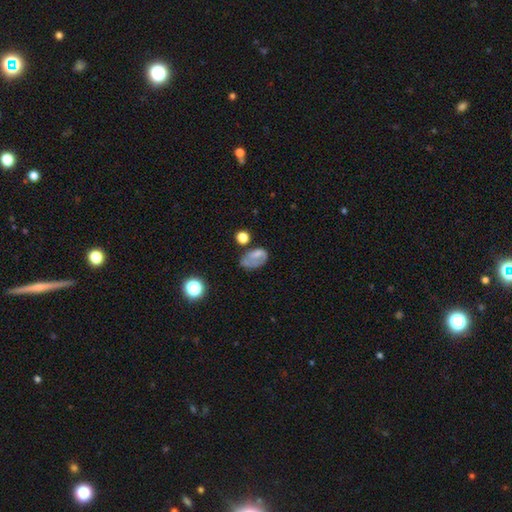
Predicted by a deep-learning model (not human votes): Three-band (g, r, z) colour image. It shows a smooth galaxy with no disk features (58%) that is in between round and cigar-shaped (84%). Merging: none (35%).